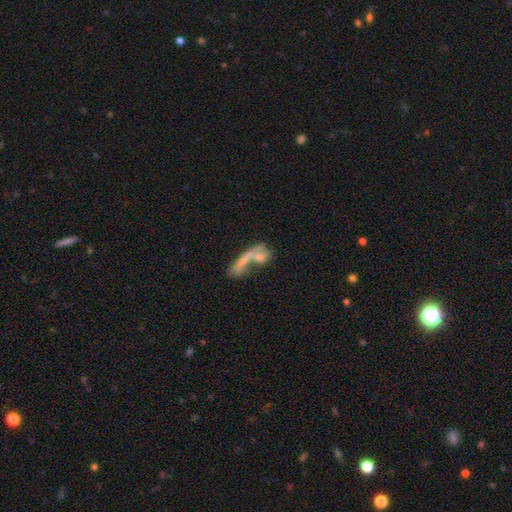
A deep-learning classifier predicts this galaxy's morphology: smooth_or_featured: smooth (p=0.56) [alt: featured or disk p=0.35]
how_rounded: cigar-shaped (p=0.47) [alt: in between p=0.41]
merging: merger (p=0.58) [alt: none p=0.19]